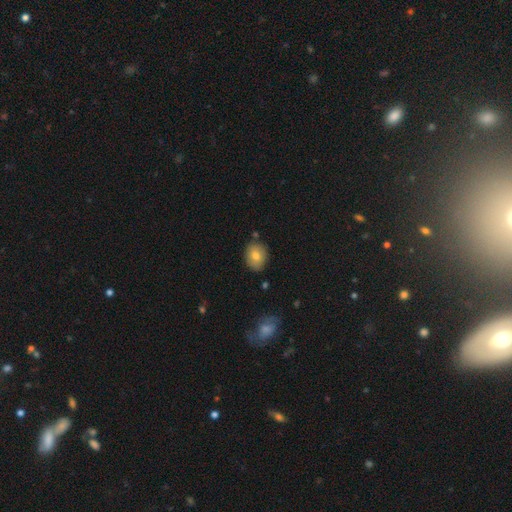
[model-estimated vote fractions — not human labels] smooth_or_featured: smooth (p=0.78) [alt: featured or disk p=0.14]
how_rounded: round (p=0.50) [alt: in between p=0.49]
merging: none (p=0.83) [alt: minor disturbance p=0.12]